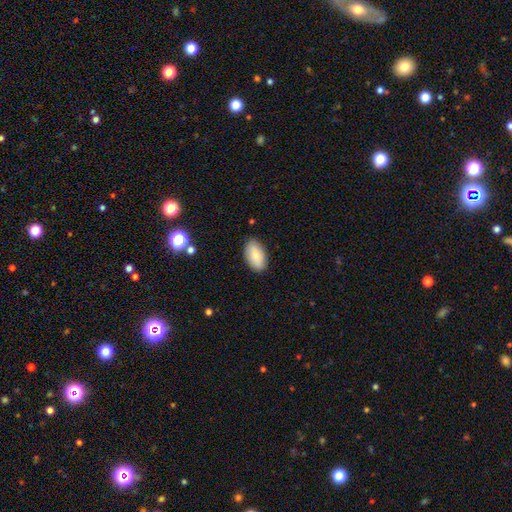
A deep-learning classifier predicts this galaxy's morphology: Smooth or featured? smooth (81%)
How rounded? in between (94%)
Merging? none (86%)